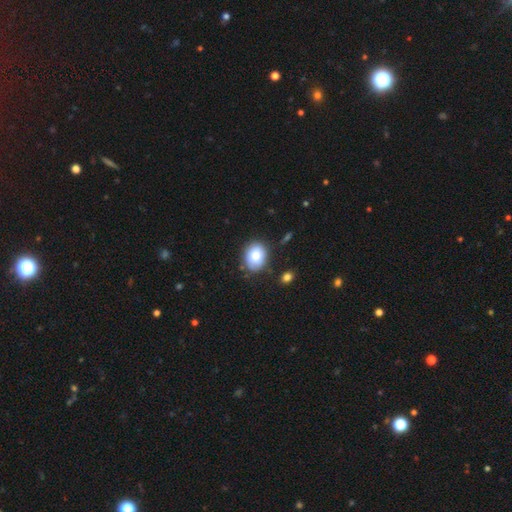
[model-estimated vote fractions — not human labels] Morphology: type=smooth (76%); roundness=round (51%); merging=none (78%).